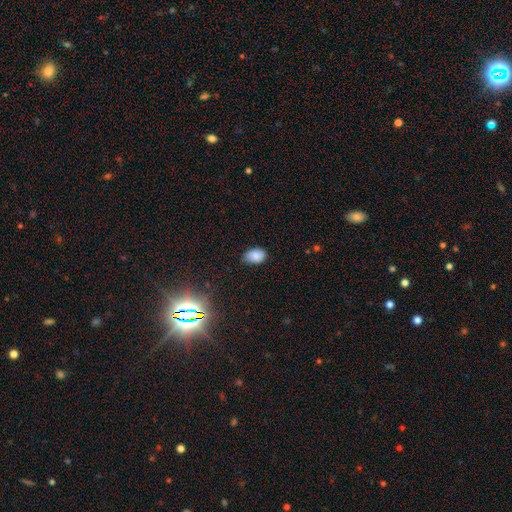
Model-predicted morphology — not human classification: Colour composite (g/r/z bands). It shows a smooth galaxy with no disk features (82%) that is in between round and cigar-shaped (83%). Merging: none (69%).